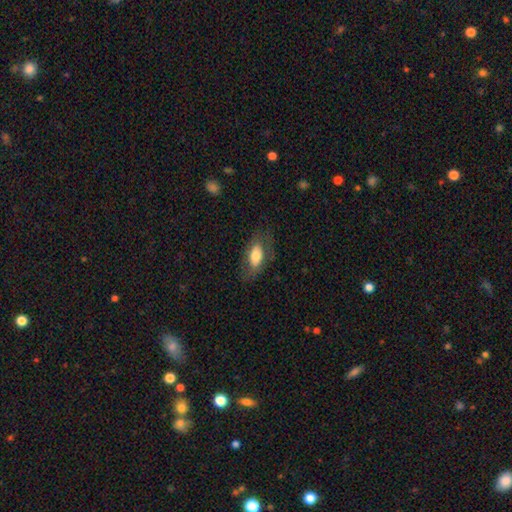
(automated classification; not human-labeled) Q: Smooth or featured?
A: smooth (68%); runner-up: featured or disk (25%)
Q: How rounded?
A: in between (87%); runner-up: cigar-shaped (8%)
Q: Merging?
A: none (73%); runner-up: minor disturbance (17%)